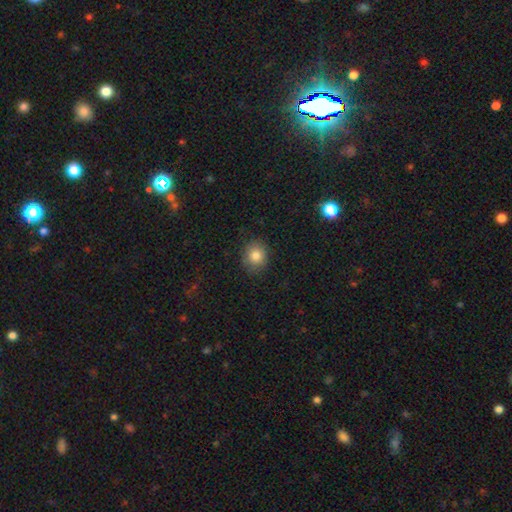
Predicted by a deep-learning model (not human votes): A smooth galaxy with no disk features (82%) that is round (69%). Merging: none (85%).